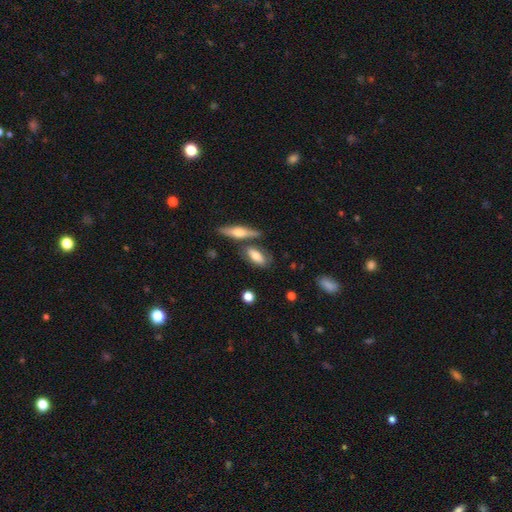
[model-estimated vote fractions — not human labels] smooth-or-featured: smooth: 66% | featured or disk: 27% | star or artifact: 7%
  how-rounded: in between: 77% | cigar-shaped: 19% | round: 4%
  merging: none: 63% | minor disturbance: 16% | merger: 16% | major disturbance: 5%